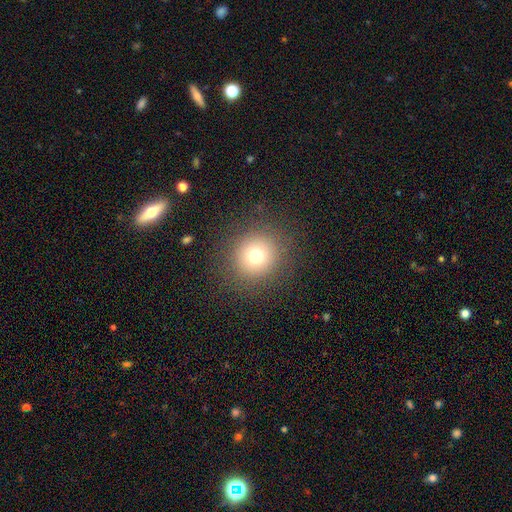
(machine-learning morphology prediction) Smooth or featured? Predicted: smooth (p=0.73). How rounded? Predicted: round (p=0.92). Merging? Predicted: none (p=0.88).